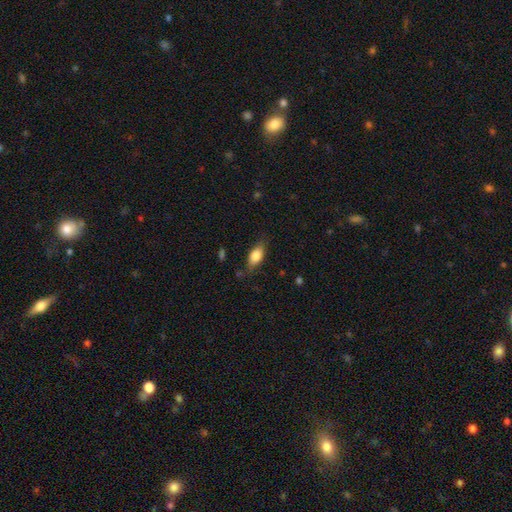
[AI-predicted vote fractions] smooth-or-featured: smooth: 77% | featured or disk: 16% | star or artifact: 7%
  how-rounded: in between: 83% | cigar-shaped: 13% | round: 5%
  merging: none: 75% | minor disturbance: 19% | major disturbance: 5% | merger: 2%